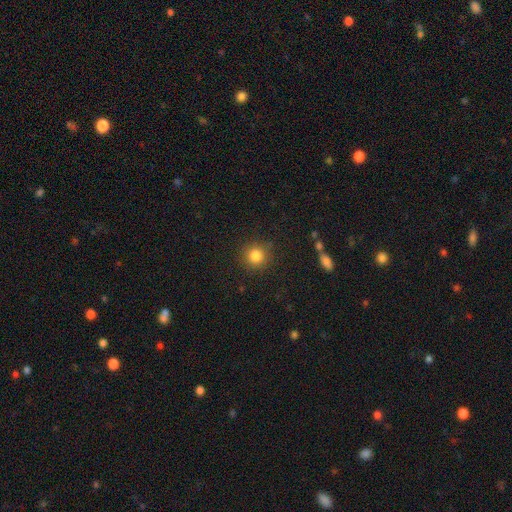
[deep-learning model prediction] Overall: smooth (83%). How rounded: round (93%). Merging: none (88%).